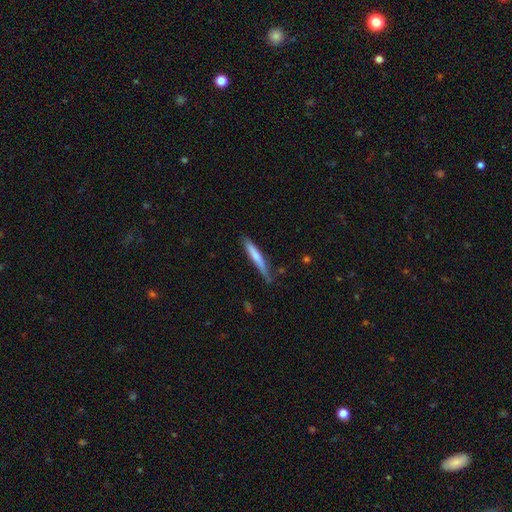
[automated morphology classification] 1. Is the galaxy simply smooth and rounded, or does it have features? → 66% smooth, 29% featured or disk, 5% star or artifact.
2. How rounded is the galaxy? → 94% cigar-shaped, 5% in between, 1% round.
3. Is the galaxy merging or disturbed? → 69% none, 24% minor disturbance, 4% major disturbance, 3% merger.